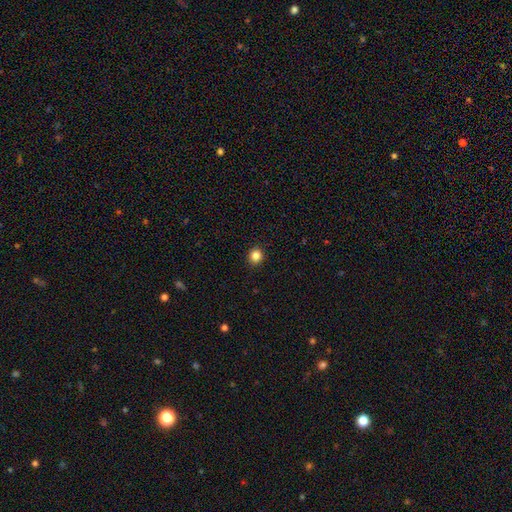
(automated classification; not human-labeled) Overall: smooth (85%). How rounded: round (86%). Merging: none (92%).